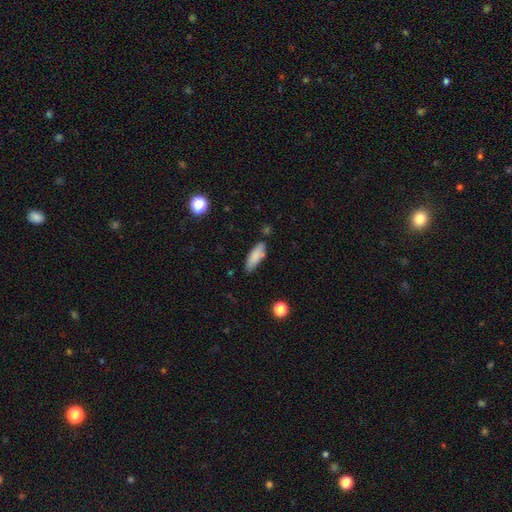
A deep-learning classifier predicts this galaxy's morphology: Overall: smooth (84%). How rounded: in between (63%; cigar-shaped 35%). Merging: none (77%).